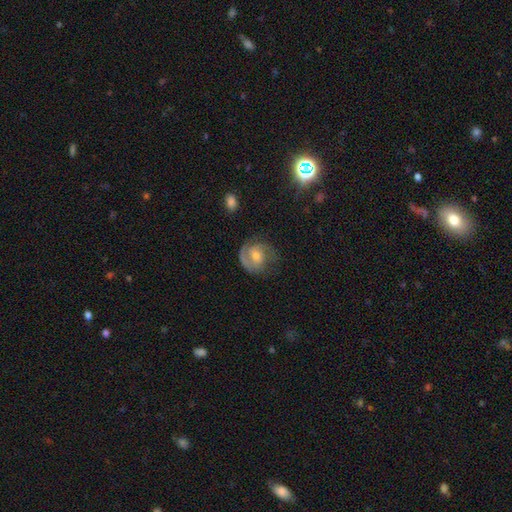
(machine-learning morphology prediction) featured or disk 81%, smooth 12%, star or artifact 7%. Down the decision tree: edge-on disk — no (98%); bar — no (53%); spiral arms — yes (95%); spiral arm count — 2 (66%); spiral winding — tight (49%); bulge size — moderate (49%); merging — none (71%).